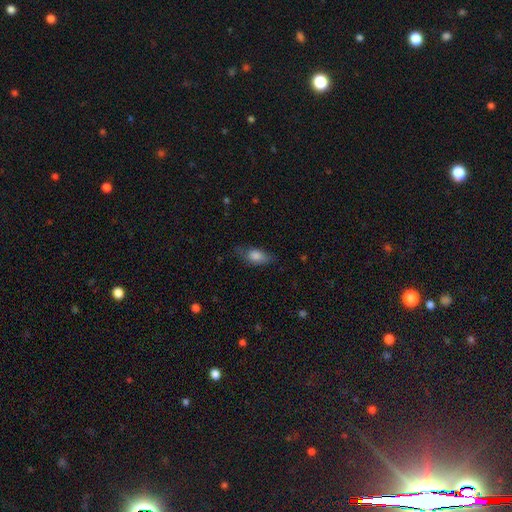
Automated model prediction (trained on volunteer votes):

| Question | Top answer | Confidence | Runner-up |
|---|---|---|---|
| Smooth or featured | smooth | 78% | featured or disk (14%) |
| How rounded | in between | 83% | cigar-shaped (11%) |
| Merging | none | 64% | minor disturbance (26%) |